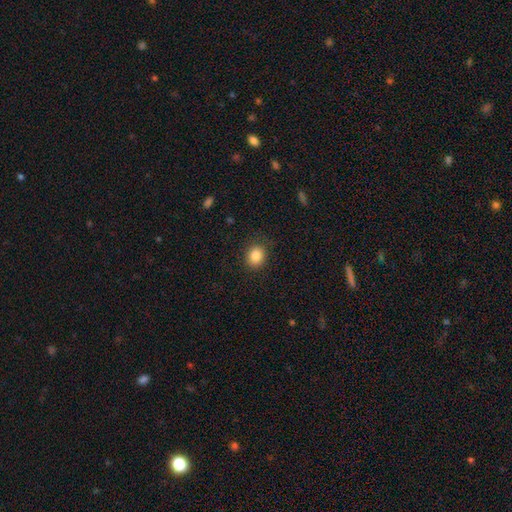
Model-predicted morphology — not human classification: type=smooth (85%); roundness=round (66%); merging=none (85%).